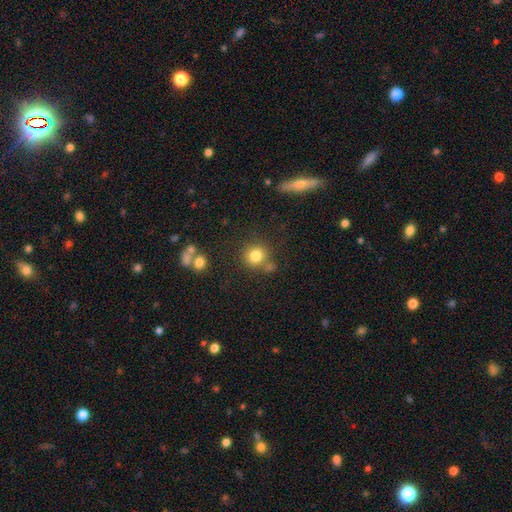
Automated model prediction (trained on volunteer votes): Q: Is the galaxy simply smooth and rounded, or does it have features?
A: smooth — 81%.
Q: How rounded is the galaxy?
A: round — 89%.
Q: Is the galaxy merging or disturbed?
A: none — 70%.